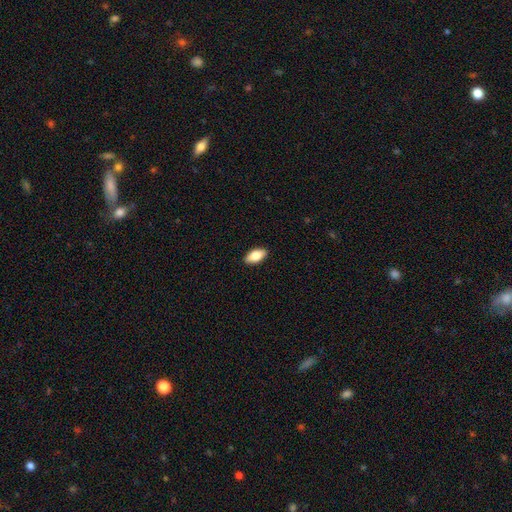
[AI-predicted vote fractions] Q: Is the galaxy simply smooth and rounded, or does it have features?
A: smooth — 82%.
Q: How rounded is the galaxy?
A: in between — 91%.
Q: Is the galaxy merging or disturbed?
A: none — 90%.